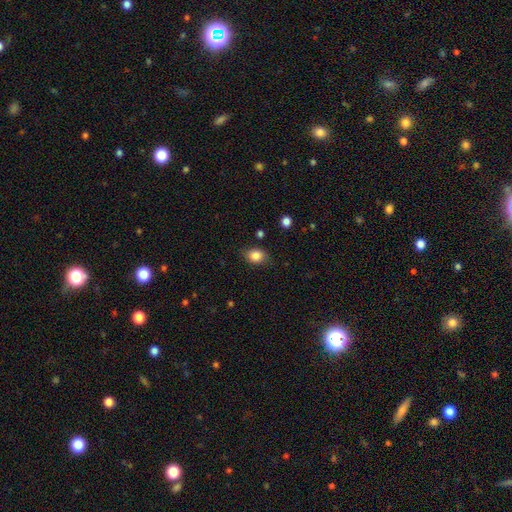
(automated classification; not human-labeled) smooth-or-featured: smooth: 85% | star or artifact: 9% | featured or disk: 6%
  how-rounded: in between: 59% | round: 40% | cigar-shaped: 1%
  merging: none: 79% | minor disturbance: 16% | major disturbance: 4% | merger: 1%